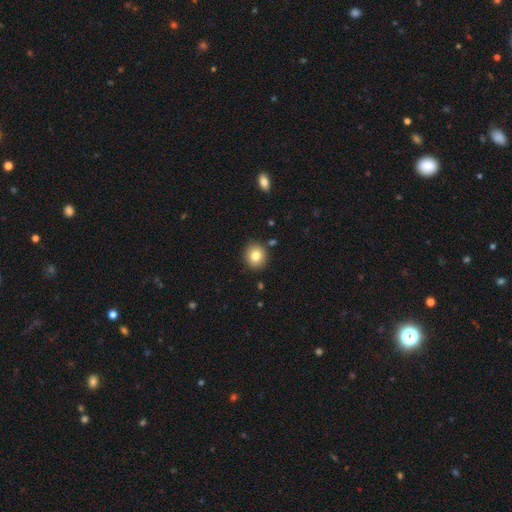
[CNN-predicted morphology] A smooth galaxy with no disk features (81%) that is round (80%). Merging: none (88%).